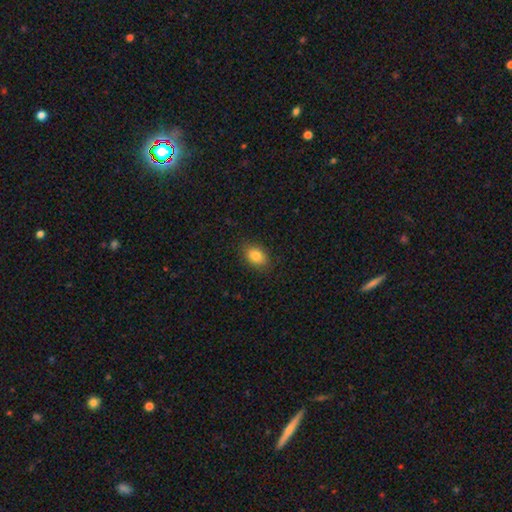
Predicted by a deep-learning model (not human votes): A smooth galaxy with no disk features (84%) that is in between round and cigar-shaped (78%).

Vote fractions:
- Smooth or featured? smooth: 84% / star or artifact: 9% / featured or disk: 7%
- How rounded? in between: 78% / round: 21% / cigar-shaped: 1%
- Merging? none: 86% / minor disturbance: 11% / major disturbance: 3% / merger: 1%